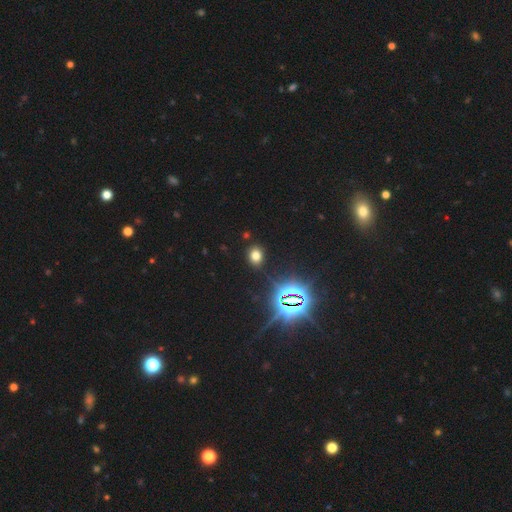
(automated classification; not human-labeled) smooth 65%, star or artifact 28%, featured or disk 7%. Down the decision tree: how rounded — in between (51%); merging — none (87%).